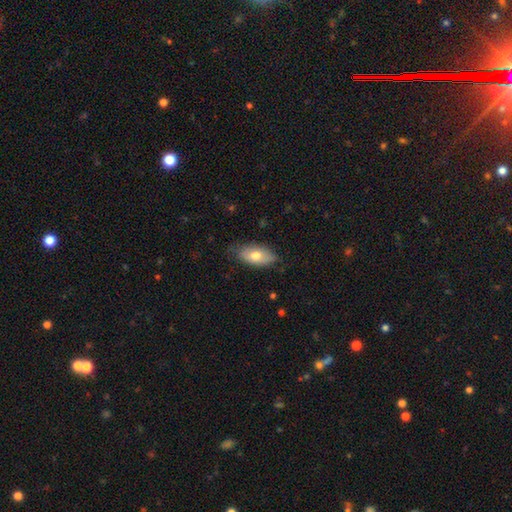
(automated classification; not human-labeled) This is likely a smooth galaxy (70%). How rounded: clearly in between (91%). Merging: likely none (72%).